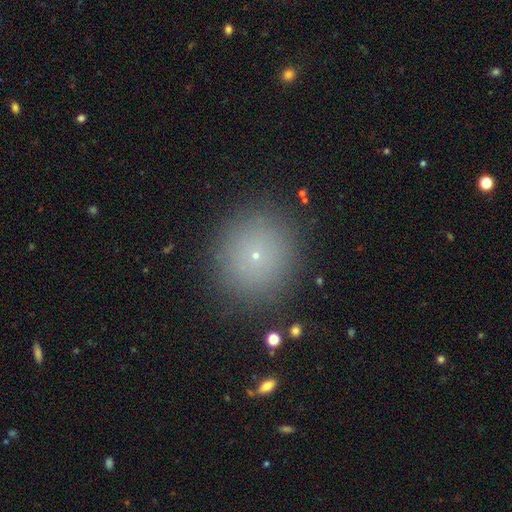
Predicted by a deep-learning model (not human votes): This is likely a smooth galaxy (68%). How rounded: clearly round (90%). Merging: clearly none (89%).